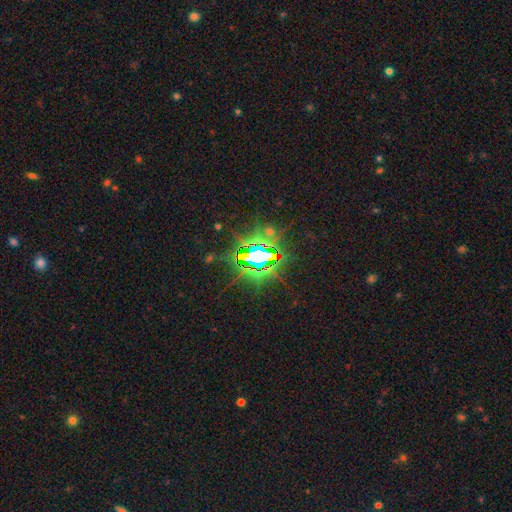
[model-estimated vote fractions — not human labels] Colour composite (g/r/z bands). It shows a star or artifact, not a galaxy (82%).